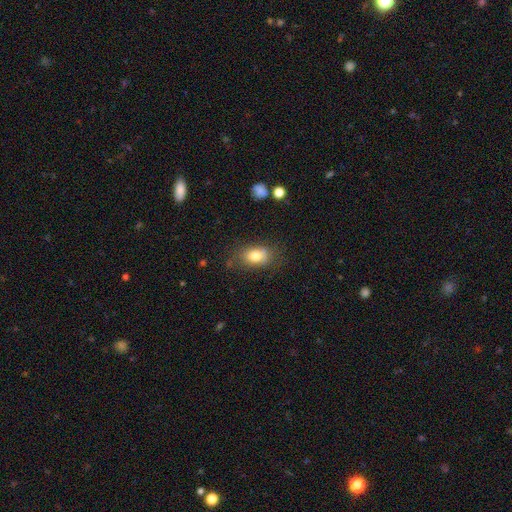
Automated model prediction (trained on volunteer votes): Q: Smooth or featured?
A: smooth (79%); runner-up: featured or disk (12%)
Q: How rounded?
A: in between (80%); runner-up: round (18%)
Q: Merging?
A: none (69%); runner-up: minor disturbance (21%)